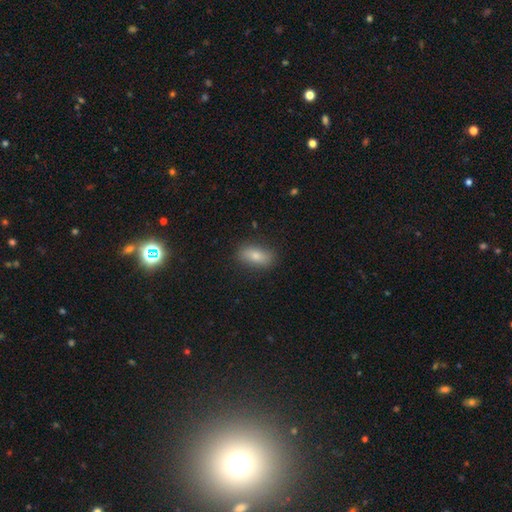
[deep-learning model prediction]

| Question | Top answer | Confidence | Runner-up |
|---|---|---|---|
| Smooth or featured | smooth | 80% | featured or disk (13%) |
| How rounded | in between | 85% | cigar-shaped (10%) |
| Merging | none | 84% | minor disturbance (12%) |